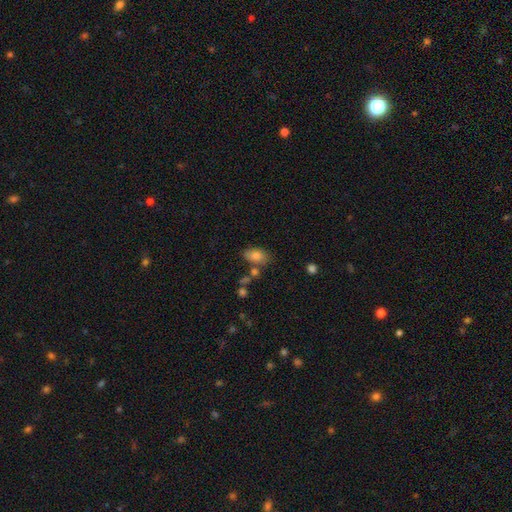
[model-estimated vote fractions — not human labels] smooth 81%, featured or disk 11%, star or artifact 9%. Down the decision tree: how rounded — in between (87%); merging — none (62%).